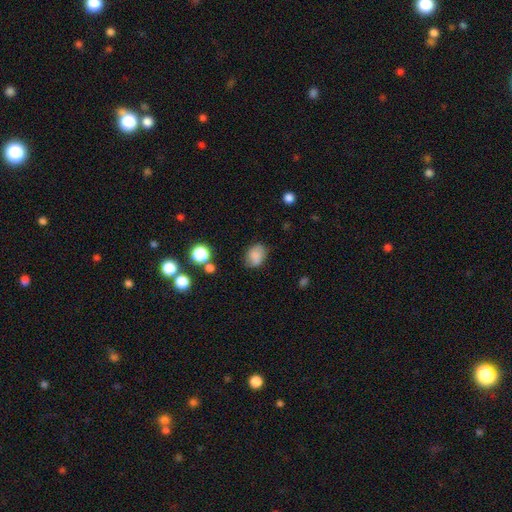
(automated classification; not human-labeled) Smooth or featured? Predicted: smooth (p=0.83). How rounded? Predicted: in between (p=0.64). Merging? Predicted: none (p=0.75).